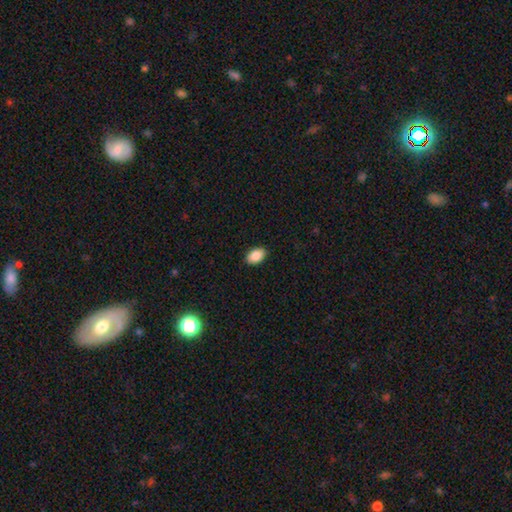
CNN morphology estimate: This appears to be a smooth galaxy with no disk features (89%) that is in between round and cigar-shaped (90%). Merging: none (89%).